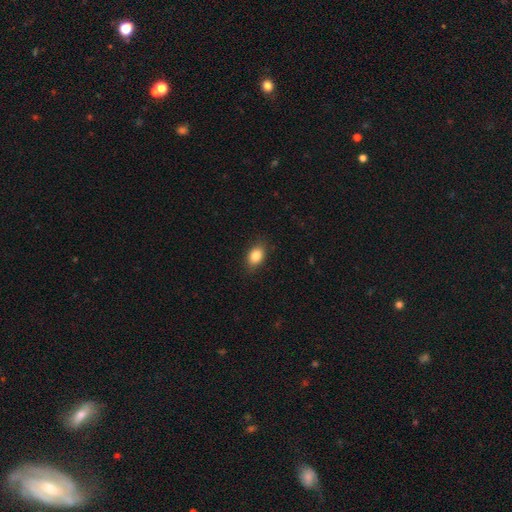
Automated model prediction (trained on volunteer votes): smooth_or_featured: smooth (p=0.85) [alt: star or artifact p=0.09]
how_rounded: in between (p=0.78) [alt: round p=0.20]
merging: none (p=0.84) [alt: minor disturbance p=0.12]